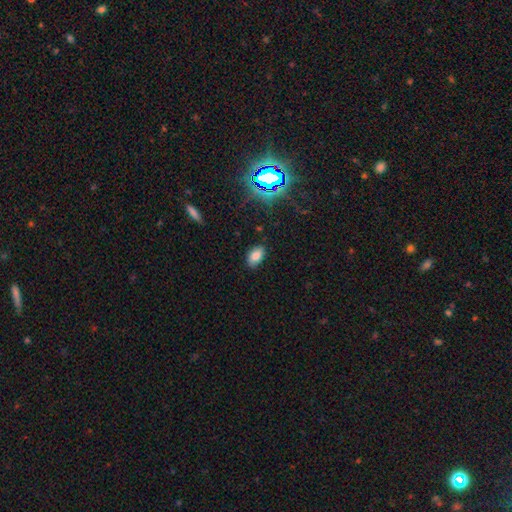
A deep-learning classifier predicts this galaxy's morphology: This is likely a smooth galaxy (78%). How rounded: clearly in between (91%). Merging: clearly none (84%).